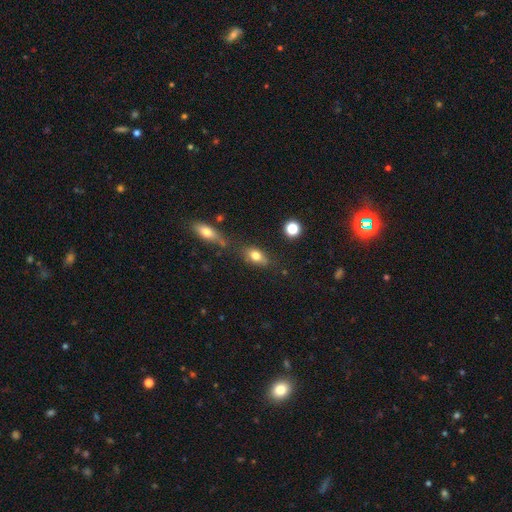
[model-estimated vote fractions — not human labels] Smooth or featured? smooth (76%)
How rounded? in between (79%)
Merging? none (65%)